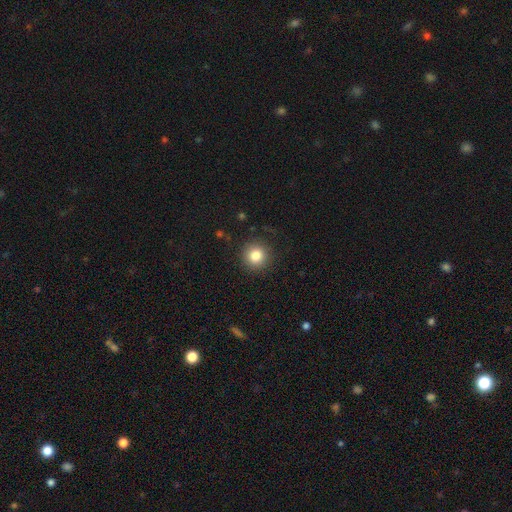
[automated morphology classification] This appears to be a smooth galaxy with no disk features (84%) that is round (94%). Merging: none (89%).